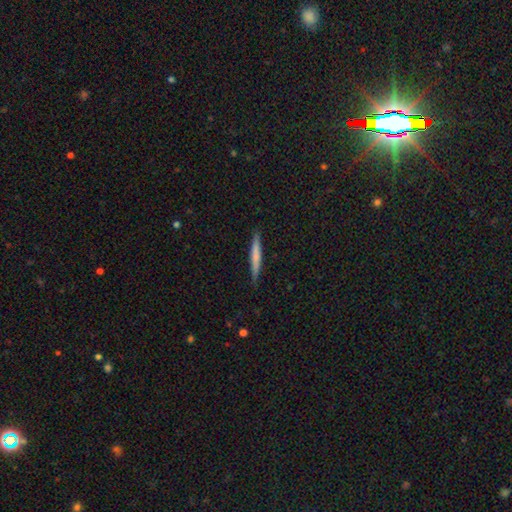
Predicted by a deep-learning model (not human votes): A smooth galaxy with no disk features (63%) that is cigar-shaped (95%).

Vote fractions:
- Smooth or featured? smooth: 63% / featured or disk: 31% / star or artifact: 6%
- How rounded? cigar-shaped: 95% / in between: 3% / round: 1%
- Merging? none: 88% / minor disturbance: 9% / major disturbance: 2% / merger: 1%